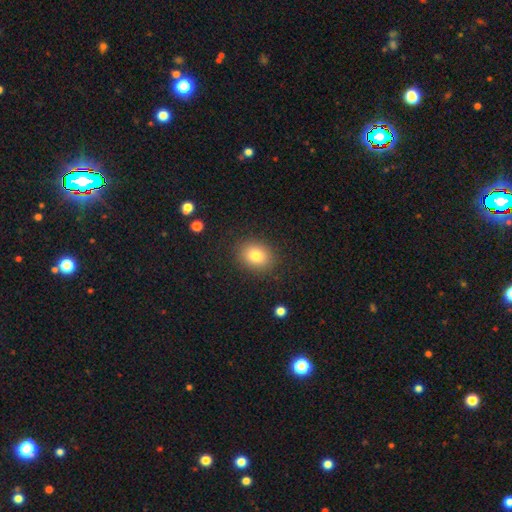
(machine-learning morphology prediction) Smooth or featured? Predicted: smooth (p=0.79). How rounded? Predicted: round (p=0.54). Merging? Predicted: none (p=0.88).